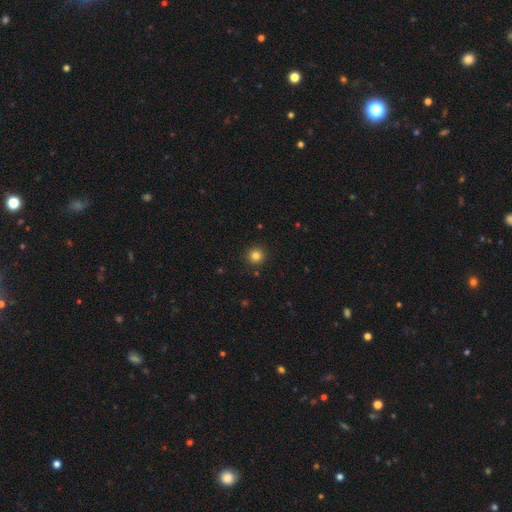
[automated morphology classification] smooth-or-featured: smooth: 82% | star or artifact: 13% | featured or disk: 5%
  how-rounded: round: 95% | in between: 4% | cigar-shaped: 1%
  merging: none: 91% | minor disturbance: 6% | major disturbance: 2% | merger: 1%